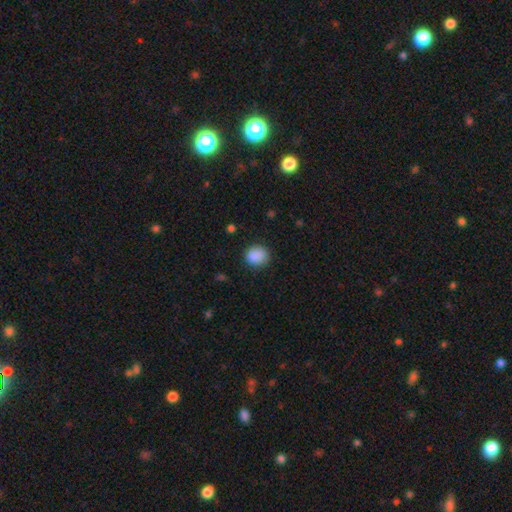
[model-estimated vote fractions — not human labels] This appears to be a smooth galaxy with no disk features (88%) that is round (74%). Merging: none (82%).